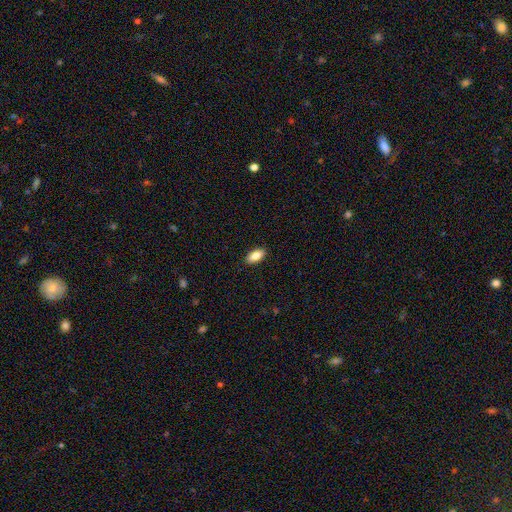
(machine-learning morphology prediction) A smooth galaxy with no disk features (82%) that is in between round and cigar-shaped (90%). Merging: none (90%).